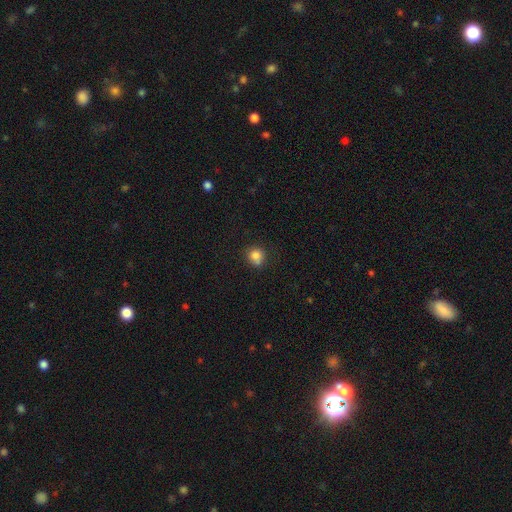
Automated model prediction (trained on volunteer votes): Smooth or featured?
  - smooth: 80% *
  - star or artifact: 11%
  - featured or disk: 8%
How rounded?
  - round: 81% *
  - in between: 18%
  - cigar-shaped: 1%
Merging?
  - none: 58% *
  - minor disturbance: 19%
  - merger: 18%
  - major disturbance: 5%